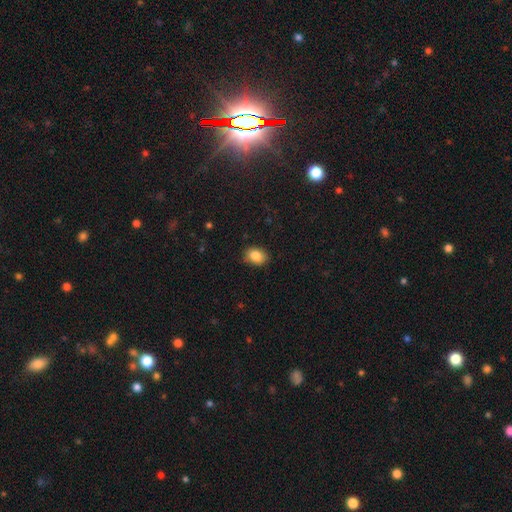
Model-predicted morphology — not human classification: type=smooth (85%); roundness=in between (68%); merging=none (85%).